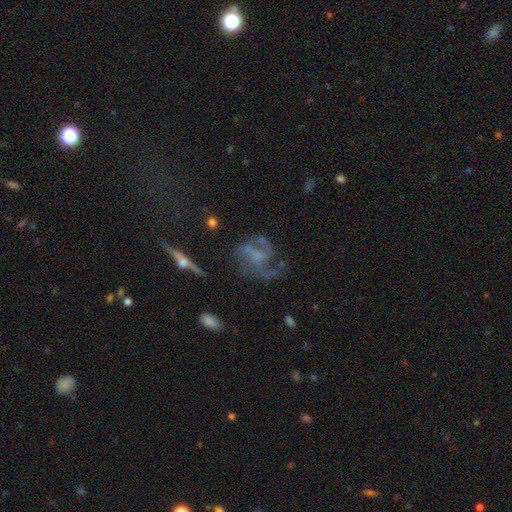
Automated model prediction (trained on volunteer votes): smooth_or_featured: featured or disk (p=0.72) [alt: smooth p=0.15]
disk_edge_on: no (p=0.95) [alt: yes p=0.05]
bar: no (p=0.59) [alt: weak p=0.32]
has_spiral_arms: yes (p=0.78) [alt: no p=0.22]
spiral_winding: medium (p=0.42) [alt: loose p=0.38]
spiral_arm_count: 2 (p=0.36) [alt: can't tell p=0.23]
bulge_size: none (p=0.43) [alt: small p=0.33]
merging: none (p=0.47) [alt: major disturbance p=0.28]